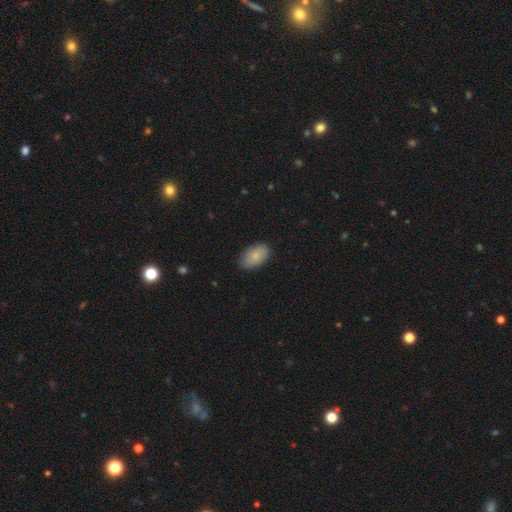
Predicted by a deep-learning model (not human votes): The model was most divided on "merging": none: 79%, minor disturbance: 17%, major disturbance: 3%, merger: 1%. More confident: how rounded — in between (91%); smooth or featured — smooth (80%).